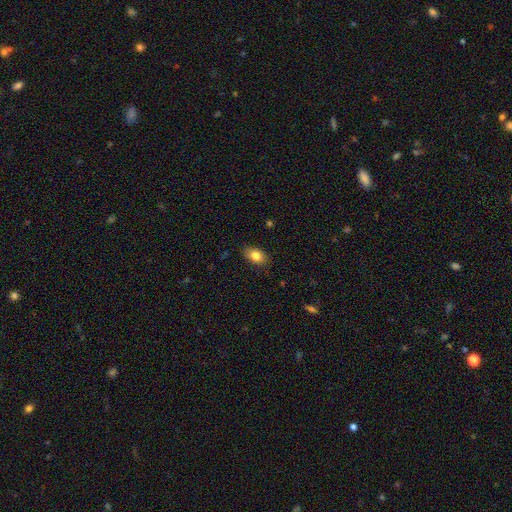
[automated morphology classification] This is clearly a smooth galaxy (83%). How rounded: clearly in between (85%). Merging: clearly none (86%).